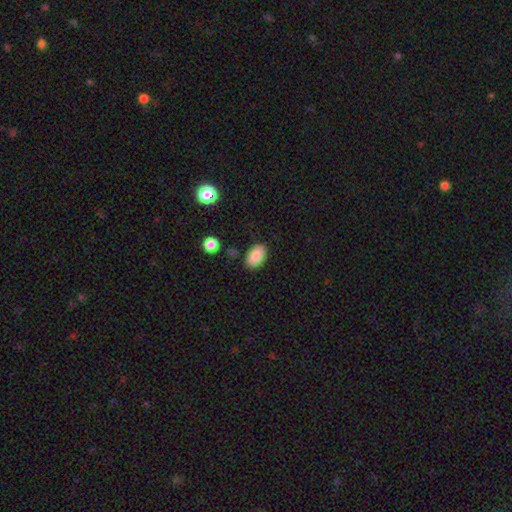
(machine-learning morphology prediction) type=smooth (88%); roundness=in between (90%); merging=none (84%).